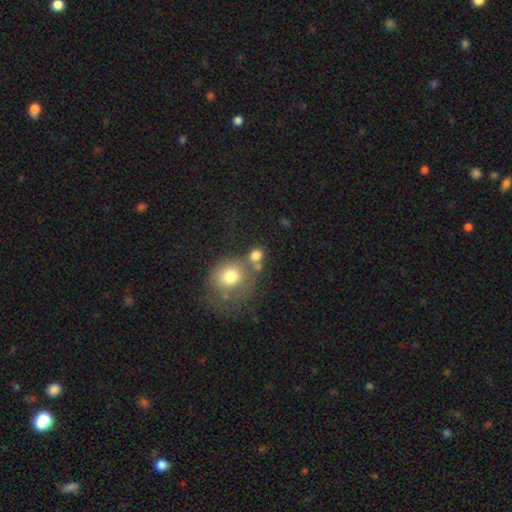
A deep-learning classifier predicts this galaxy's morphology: Smooth or featured?
  - smooth: 77% *
  - star or artifact: 12%
  - featured or disk: 11%
How rounded?
  - round: 67% *
  - in between: 32%
  - cigar-shaped: 1%
Merging?
  - none: 48% *
  - merger: 32%
  - minor disturbance: 12%
  - major disturbance: 8%